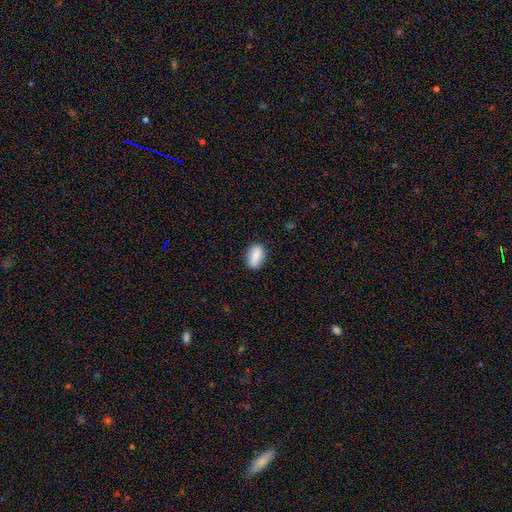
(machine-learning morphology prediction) smooth 82%, featured or disk 10%, star or artifact 7%. Down the decision tree: how rounded — in between (84%); merging — none (84%).